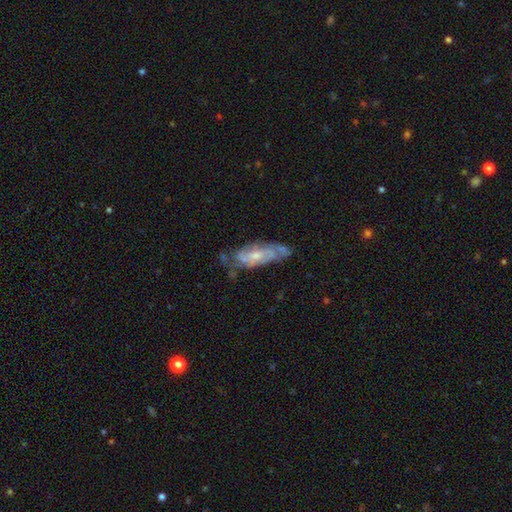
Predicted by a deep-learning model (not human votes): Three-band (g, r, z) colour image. It shows a featured or disk galaxy (69%) with no bar (64%), spiral arms (80%) and a small central bulge (46%). Merging: none (51%).